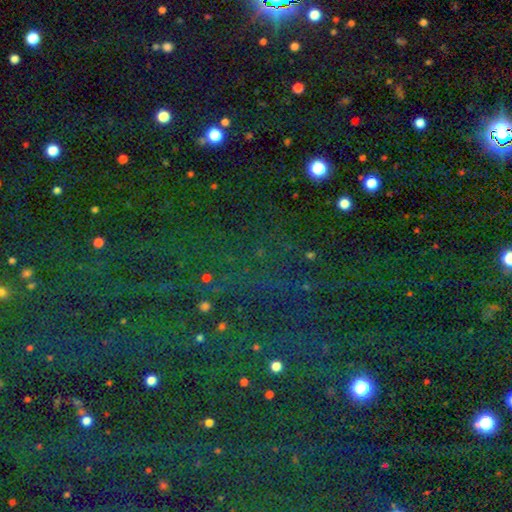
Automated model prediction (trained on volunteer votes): smooth_or_featured: star or artifact (p=0.81) [alt: smooth p=0.12]